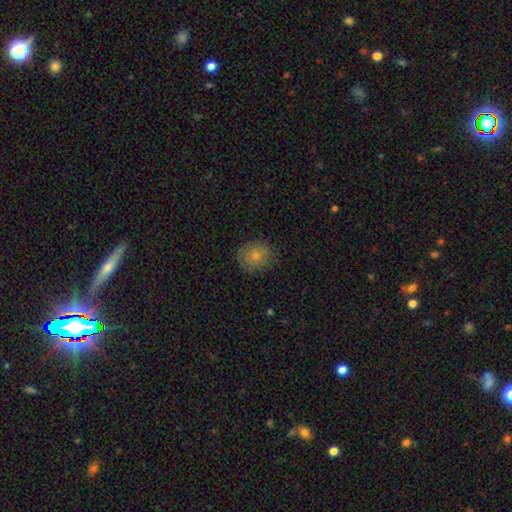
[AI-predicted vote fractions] Smooth or featured?
  - smooth: 77% *
  - featured or disk: 14%
  - star or artifact: 9%
How rounded?
  - round: 75% *
  - in between: 24%
  - cigar-shaped: 1%
Merging?
  - none: 77% *
  - minor disturbance: 18%
  - major disturbance: 4%
  - merger: 1%